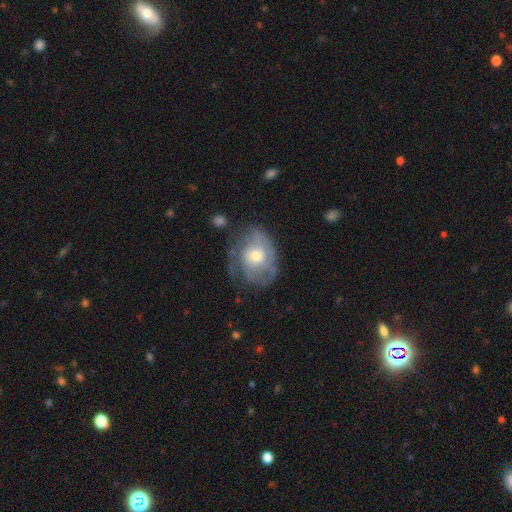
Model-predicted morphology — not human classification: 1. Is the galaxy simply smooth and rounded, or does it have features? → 65% featured or disk, 28% smooth, 7% star or artifact.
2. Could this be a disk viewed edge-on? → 96% no, 4% yes.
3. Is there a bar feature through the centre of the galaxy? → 80% no, 17% weak, 3% strong.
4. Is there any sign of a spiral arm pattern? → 78% yes, 22% no.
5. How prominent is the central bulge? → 56% moderate, 37% small, 4% large, 1% none, 1% dominant.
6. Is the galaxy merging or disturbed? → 56% none, 27% minor disturbance, 15% major disturbance, 2% merger.